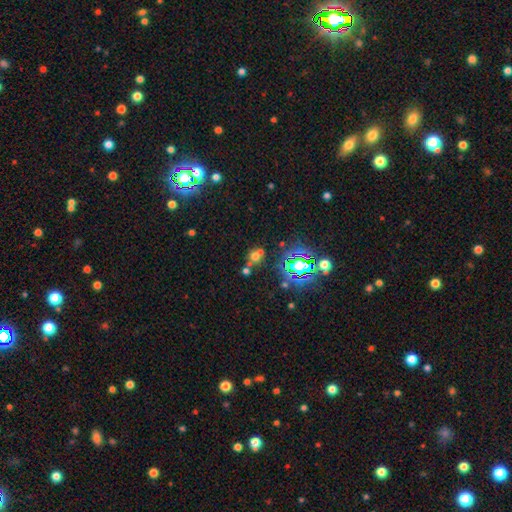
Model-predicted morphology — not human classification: smooth_or_featured: smooth (p=0.49) [alt: star or artifact p=0.38]
merging: none (p=0.50) [alt: merger p=0.37]